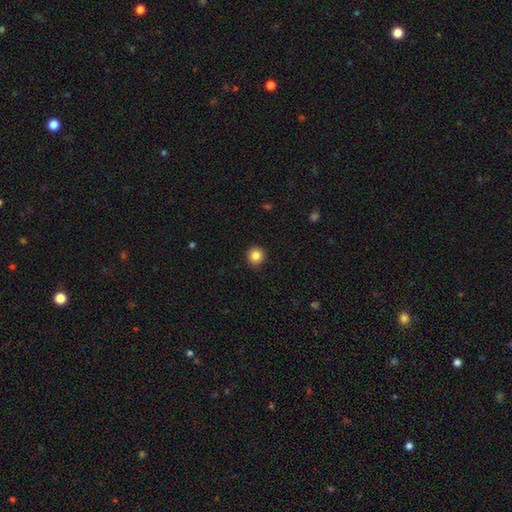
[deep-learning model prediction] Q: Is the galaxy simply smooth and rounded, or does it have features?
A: smooth — 86%.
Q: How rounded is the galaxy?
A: round — 95%.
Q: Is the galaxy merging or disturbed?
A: none — 92%.